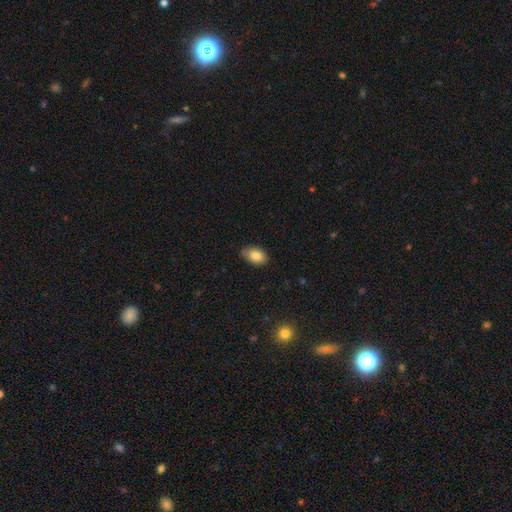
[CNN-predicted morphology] Smooth or featured: smooth — 85% (star or artifact — 7%)
How rounded: in between — 89% (round — 9%)
Merging: none — 76% (minor disturbance — 20%)